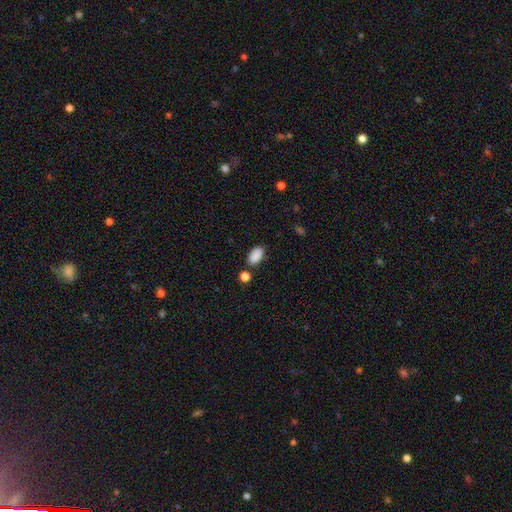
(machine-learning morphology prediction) Q: Smooth or featured?
A: smooth (89%); runner-up: star or artifact (8%)
Q: How rounded?
A: in between (92%); runner-up: round (6%)
Q: Merging?
A: none (77%); runner-up: minor disturbance (12%)